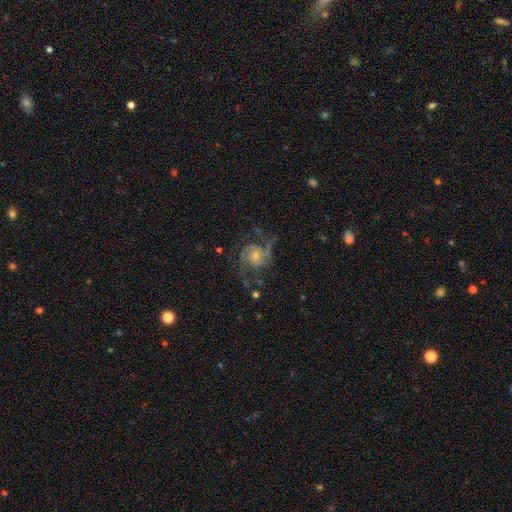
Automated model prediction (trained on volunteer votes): Smooth or featured? featured or disk (84%)
Edge-on disk? no (98%)
Bar? no (65%)
Spiral arms? yes (95%)
Spiral winding? medium (51%)
Spiral arm count? 2 (66%)
Bulge size? small (59%)
Merging? none (58%)